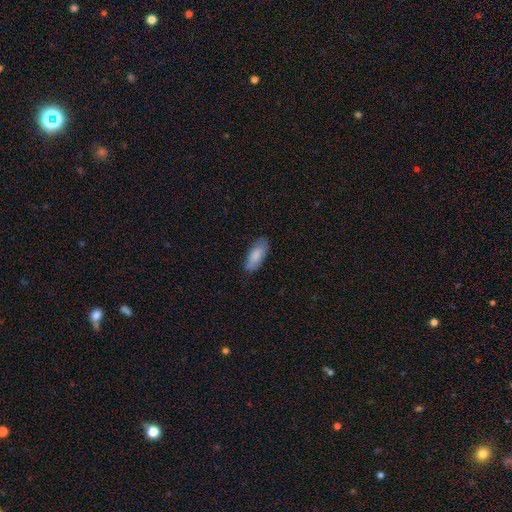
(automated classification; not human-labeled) Morphology: type=smooth (82%); roundness=in between (79%); merging=none (76%).